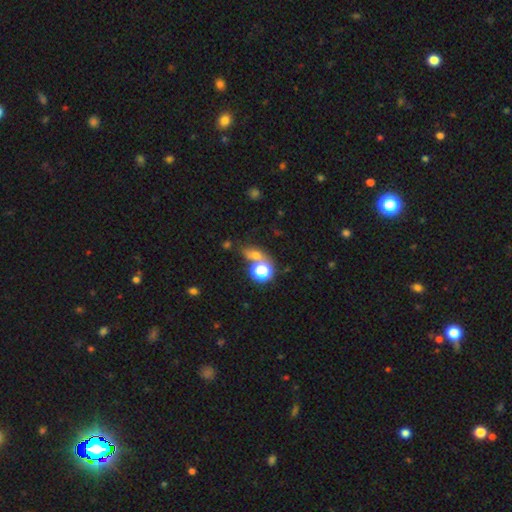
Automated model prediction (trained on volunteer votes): This is possibly a smooth galaxy (56%). How rounded: possibly round (48%). Merging: possibly none (54%).